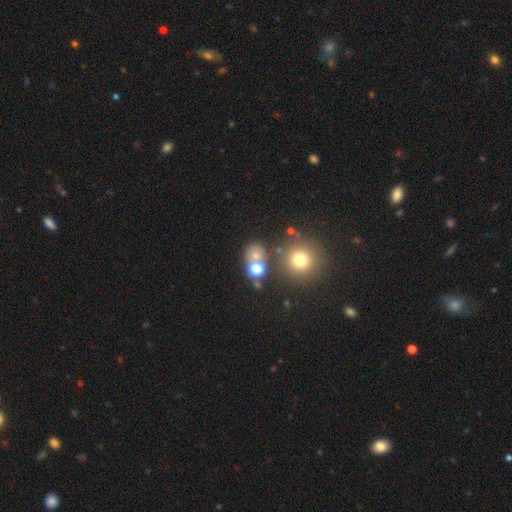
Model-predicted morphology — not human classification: smooth-or-featured: smooth: 66% | star or artifact: 23% | featured or disk: 11%
  how-rounded: round: 77% | in between: 22% | cigar-shaped: 1%
  merging: none: 58% | merger: 26% | minor disturbance: 10% | major disturbance: 6%